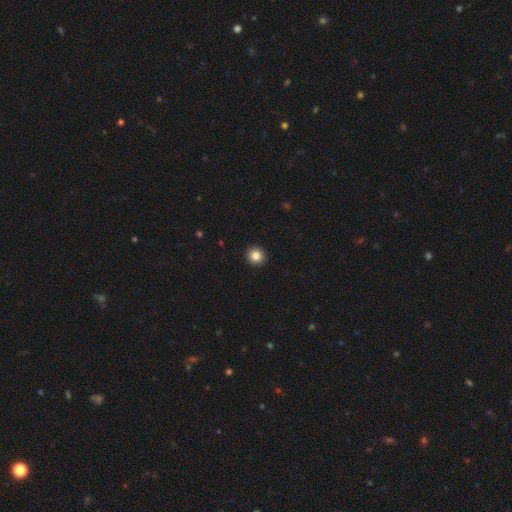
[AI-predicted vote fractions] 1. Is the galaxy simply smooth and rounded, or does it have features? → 85% smooth, 10% star or artifact, 5% featured or disk.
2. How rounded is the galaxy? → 93% round, 6% in between, 1% cigar-shaped.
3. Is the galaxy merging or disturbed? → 94% none, 4% minor disturbance, 1% major disturbance, 1% merger.